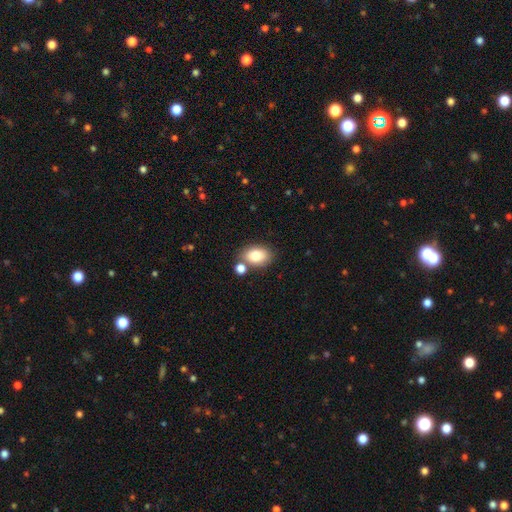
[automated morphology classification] A smooth galaxy with no disk features (80%) that is in between round and cigar-shaped (79%).

Vote fractions:
- Smooth or featured? smooth: 80% / featured or disk: 11% / star or artifact: 9%
- How rounded? in between: 79% / round: 19% / cigar-shaped: 1%
- Merging? none: 68% / merger: 16% / minor disturbance: 12% / major disturbance: 4%